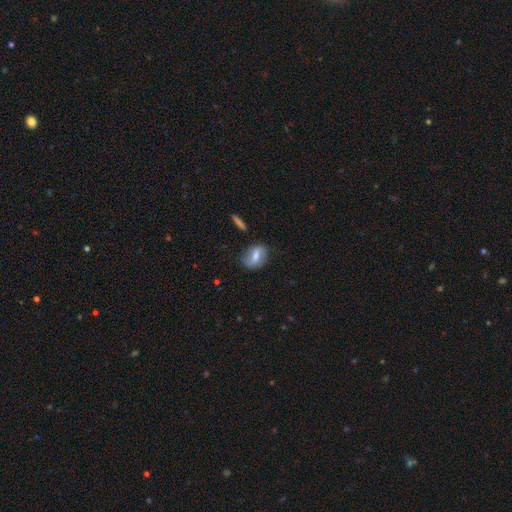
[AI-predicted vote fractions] Smooth or featured? Predicted: smooth (p=0.56). How rounded? Predicted: in between (p=0.68). Merging? Predicted: none (p=0.71).